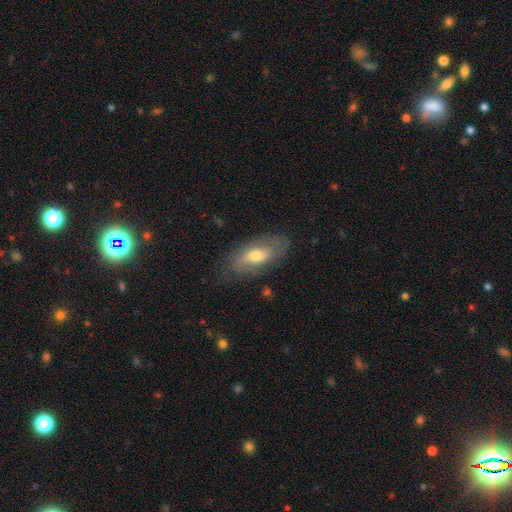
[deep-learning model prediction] A smooth galaxy with no disk features (53%) that is in between round and cigar-shaped (87%). Merging: none (71%).